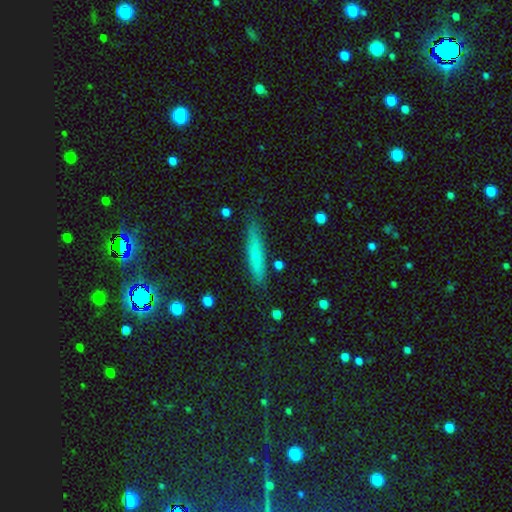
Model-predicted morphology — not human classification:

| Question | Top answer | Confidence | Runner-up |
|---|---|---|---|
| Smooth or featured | smooth | 70% | featured or disk (22%) |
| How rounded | cigar-shaped | 91% | in between (7%) |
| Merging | none | 85% | minor disturbance (11%) |